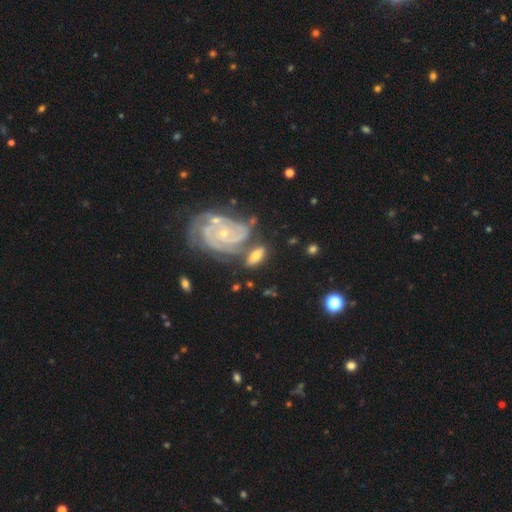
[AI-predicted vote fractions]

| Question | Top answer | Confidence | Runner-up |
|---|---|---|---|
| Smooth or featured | featured or disk | 57% | smooth (35%) |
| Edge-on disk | no | 91% | yes (9%) |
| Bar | no | 63% | weak (26%) |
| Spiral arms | yes | 90% | no (10%) |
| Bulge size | small | 69% | moderate (24%) |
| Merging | none | 55% | minor disturbance (19%) |